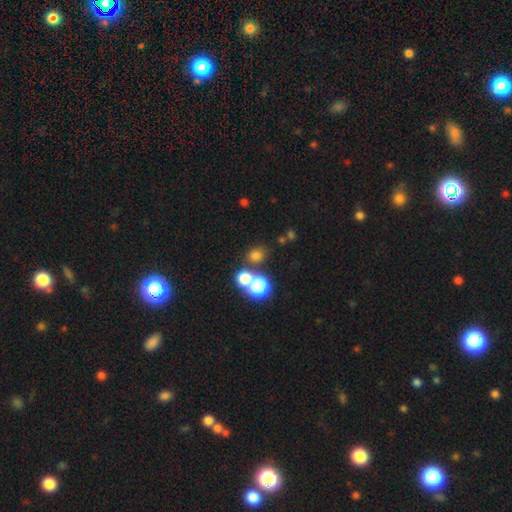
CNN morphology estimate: This appears to be a smooth galaxy with no disk features (70%) that is round (76%). Merging: none (63%).